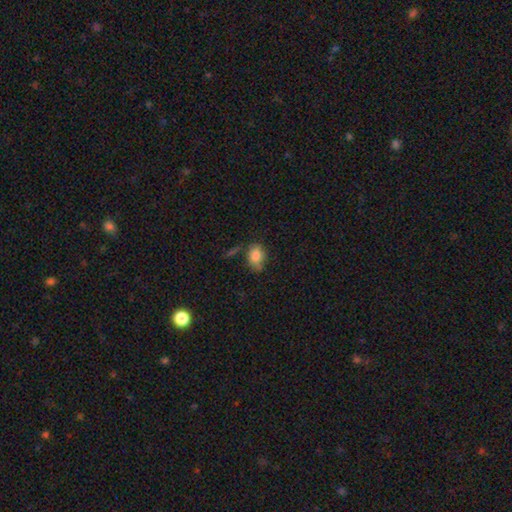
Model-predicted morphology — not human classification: A smooth galaxy with no disk features (83%) that is in between round and cigar-shaped (72%).

Vote fractions:
- Smooth or featured? smooth: 83% / star or artifact: 9% / featured or disk: 9%
- How rounded? in between: 72% / round: 26% / cigar-shaped: 2%
- Merging? none: 60% / minor disturbance: 25% / merger: 9% / major disturbance: 7%